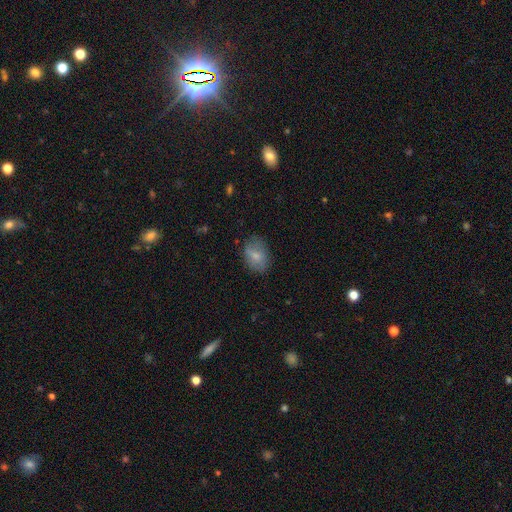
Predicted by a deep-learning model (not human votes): smooth-or-featured: smooth: 73% | featured or disk: 20% | star or artifact: 8%
  how-rounded: in between: 78% | round: 21% | cigar-shaped: 1%
  merging: none: 74% | minor disturbance: 19% | major disturbance: 6% | merger: 1%